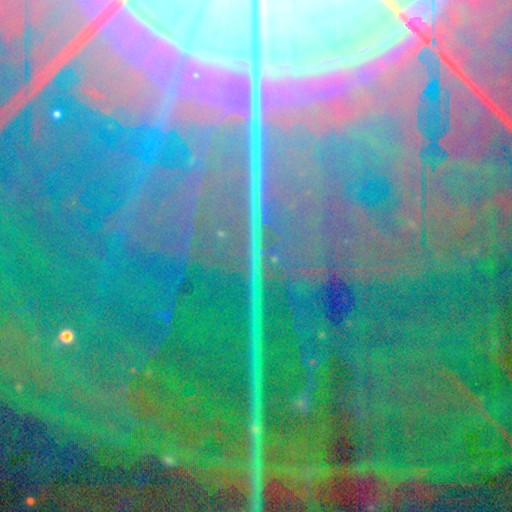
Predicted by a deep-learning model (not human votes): This appears to be a star or artifact, not a galaxy (84%).